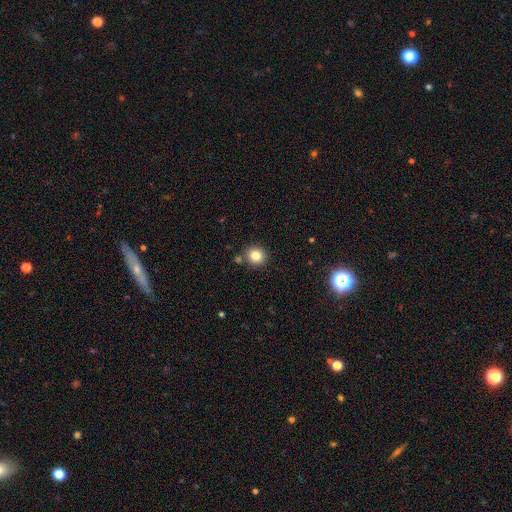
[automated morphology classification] Overall: smooth (82%). How rounded: round (88%). Merging: none (84%).